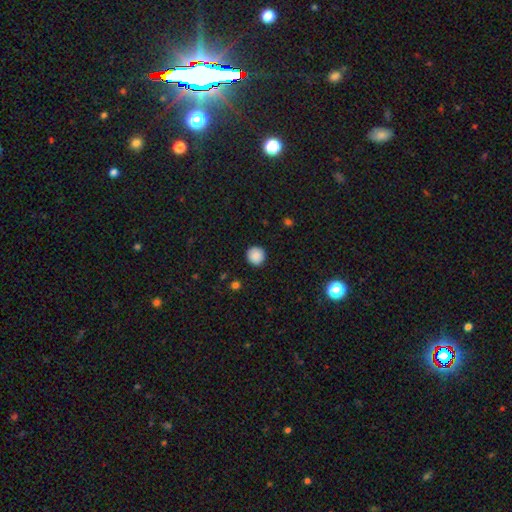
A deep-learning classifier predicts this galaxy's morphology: Overall: smooth (88%). How rounded: round (95%). Merging: none (91%).